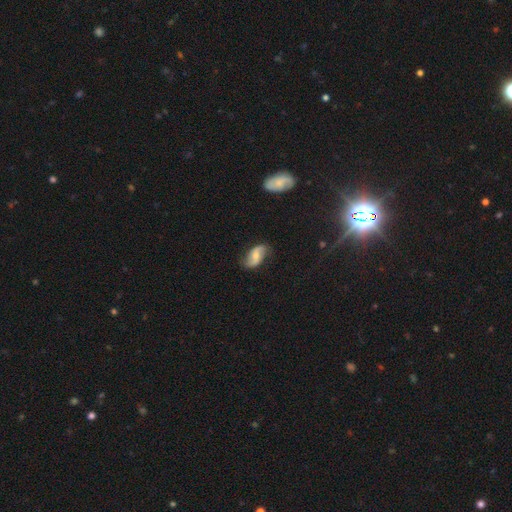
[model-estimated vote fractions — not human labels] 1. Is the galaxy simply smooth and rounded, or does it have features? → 62% featured or disk, 30% smooth, 7% star or artifact.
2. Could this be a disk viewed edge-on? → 95% no, 5% yes.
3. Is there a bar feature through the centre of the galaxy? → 47% no, 39% weak, 15% strong.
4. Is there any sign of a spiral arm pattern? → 89% yes, 11% no.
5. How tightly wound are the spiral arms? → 64% loose, 25% medium, 10% tight.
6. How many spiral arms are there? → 90% 2, 5% can't tell, 2% 1, 1% 3, 1% 4, 1% more than 4.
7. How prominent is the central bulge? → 49% moderate, 41% small, 5% none, 4% large, 1% dominant.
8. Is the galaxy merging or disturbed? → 74% none, 19% minor disturbance, 6% major disturbance, 2% merger.